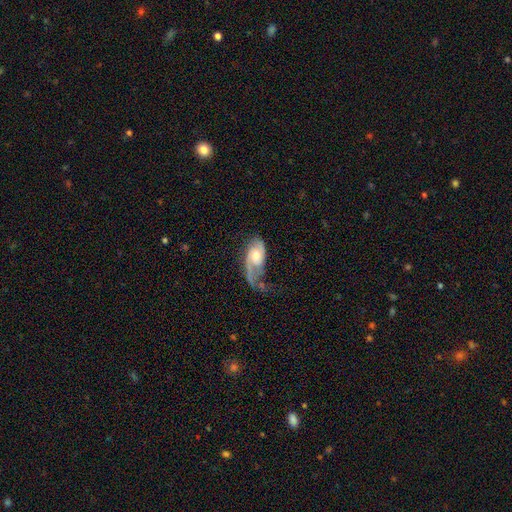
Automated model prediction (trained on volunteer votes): A featured or disk galaxy (76%) with no bar (64%), 2 (57%) loose (40%) spiral arms (91%) and a moderate central bulge (63%).

Vote fractions:
- Smooth or featured? featured or disk: 76% / smooth: 19% / star or artifact: 5%
- Edge-on disk? no: 95% / yes: 5%
- Bar? no: 64% / weak: 30% / strong: 6%
- Spiral arms? yes: 91% / no: 9%
- Spiral winding? loose: 40% / medium: 39% / tight: 21%
- Spiral arm count? 2: 57% / 1: 32% / can't tell: 7% / 3: 2% / 4: 1% / more than 4: 1%
- Bulge size? moderate: 63% / small: 22% / large: 11% / none: 3% / dominant: 2%
- Merging? major disturbance: 40% / none: 30% / minor disturbance: 25% / merger: 5%